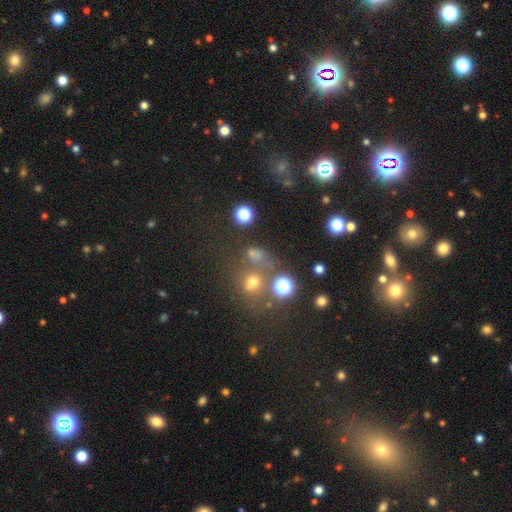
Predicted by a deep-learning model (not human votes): Overall: smooth (54%; star or artifact 33%). How rounded: round (72%). Merging: none (52%; merger 25%).